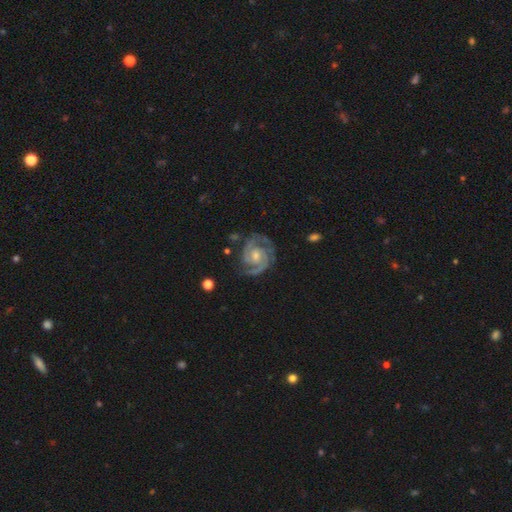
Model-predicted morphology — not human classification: type=featured or disk (92%); edge-on=no (98%); bar=no (54%); spiral arms=yes (98%); winding=tight (61%); arm count=2 (82%); bulge=moderate (53%); merging=none (78%).